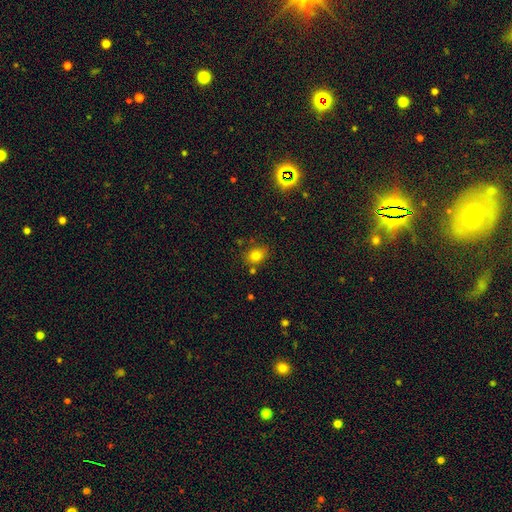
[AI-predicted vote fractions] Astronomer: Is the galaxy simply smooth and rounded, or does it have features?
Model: smooth — 78%.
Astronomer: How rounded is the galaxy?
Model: in between — 53% (runner-up: round, 46%).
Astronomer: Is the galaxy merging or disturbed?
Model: none — 75%.